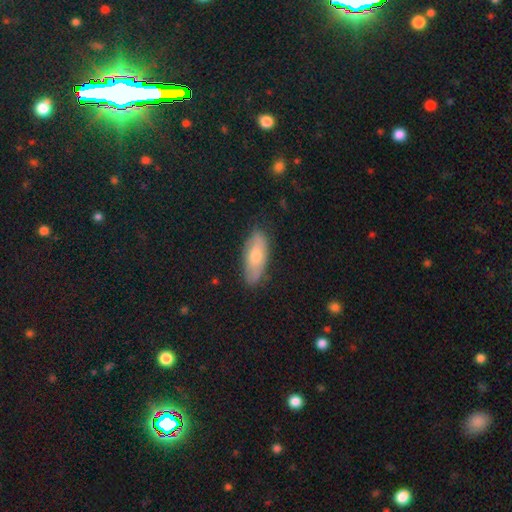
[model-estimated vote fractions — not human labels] Smooth or featured?
  - smooth: 62% *
  - featured or disk: 31%
  - star or artifact: 7%
How rounded?
  - in between: 73% *
  - cigar-shaped: 24%
  - round: 3%
Merging?
  - none: 80% *
  - minor disturbance: 15%
  - major disturbance: 3%
  - merger: 1%